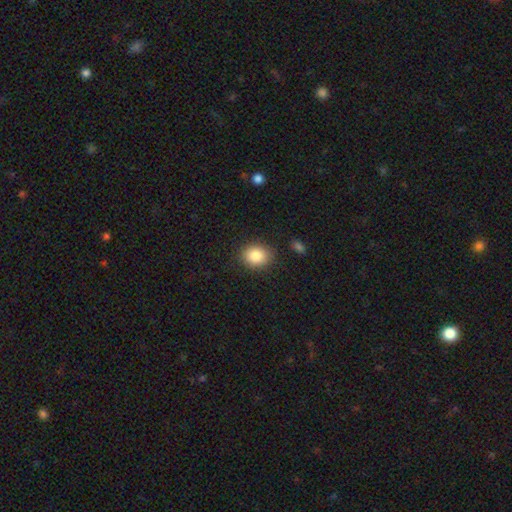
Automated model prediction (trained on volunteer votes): smooth_or_featured: smooth (p=0.85) [alt: star or artifact p=0.09]
how_rounded: round (p=0.58) [alt: in between p=0.41]
merging: none (p=0.85) [alt: minor disturbance p=0.10]